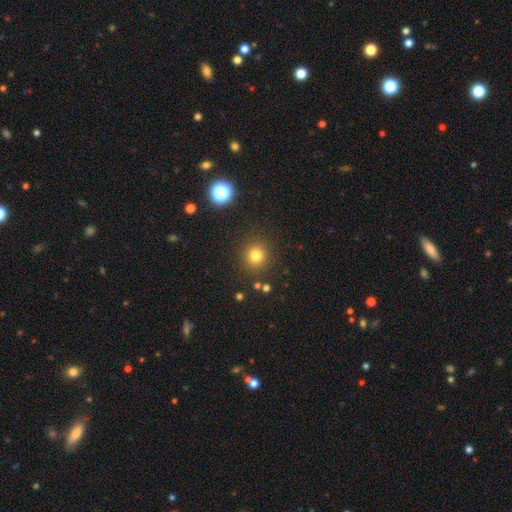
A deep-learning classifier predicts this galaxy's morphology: smooth 79%, star or artifact 15%, featured or disk 6%. Down the decision tree: how rounded — round (91%); merging — none (88%).